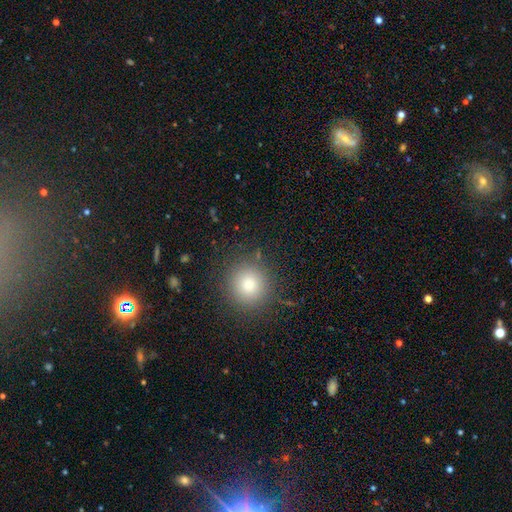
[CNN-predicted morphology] Smooth or featured: smooth — 63% (star or artifact — 27%)
How rounded: round — 94% (in between — 5%)
Merging: none — 90% (minor disturbance — 6%)